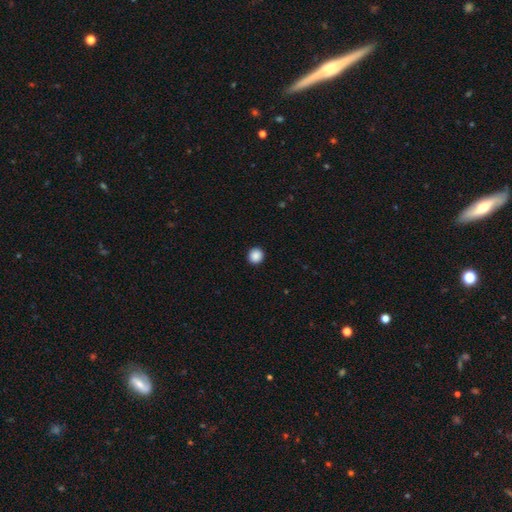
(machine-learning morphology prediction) This appears to be a smooth galaxy with no disk features (89%) that is round (92%). Merging: none (93%).